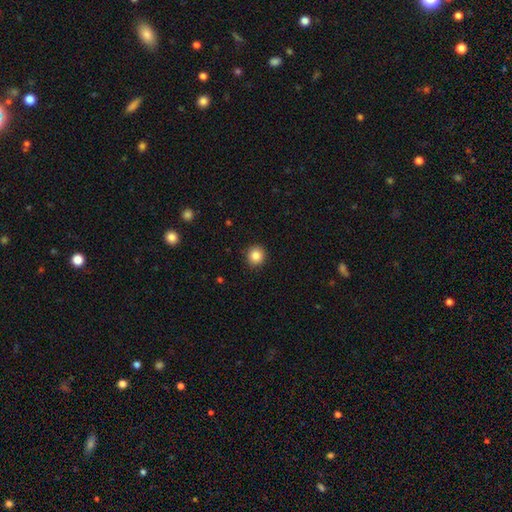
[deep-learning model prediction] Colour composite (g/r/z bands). It shows a smooth galaxy with no disk features (86%) that is round (93%). Merging: none (92%).